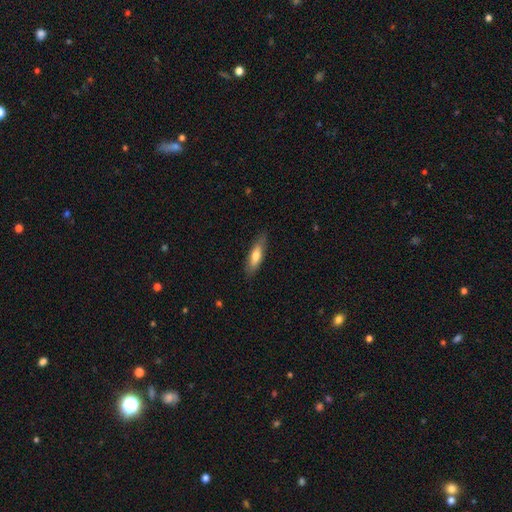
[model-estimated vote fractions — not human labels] Smooth or featured? smooth (66%)
How rounded? cigar-shaped (56%)
Merging? none (82%)